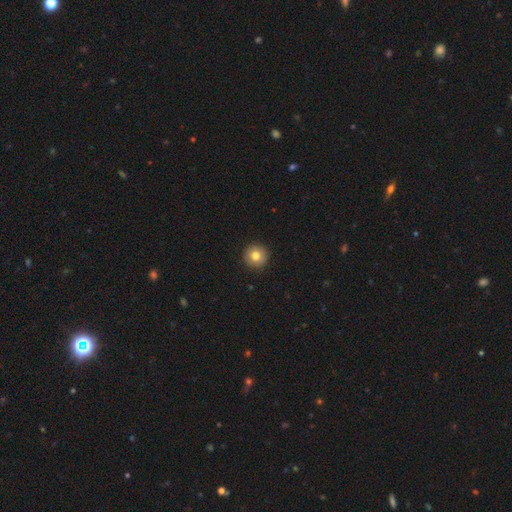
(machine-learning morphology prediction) This is likely a smooth galaxy (79%). How rounded: clearly round (96%). Merging: clearly none (92%).